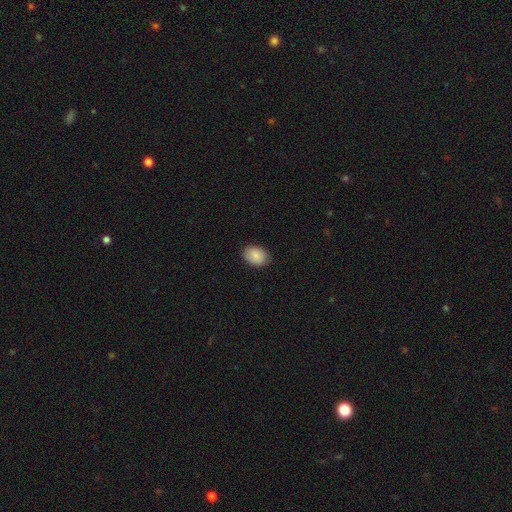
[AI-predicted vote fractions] Smooth or featured? smooth (88%)
How rounded? in between (77%)
Merging? none (87%)